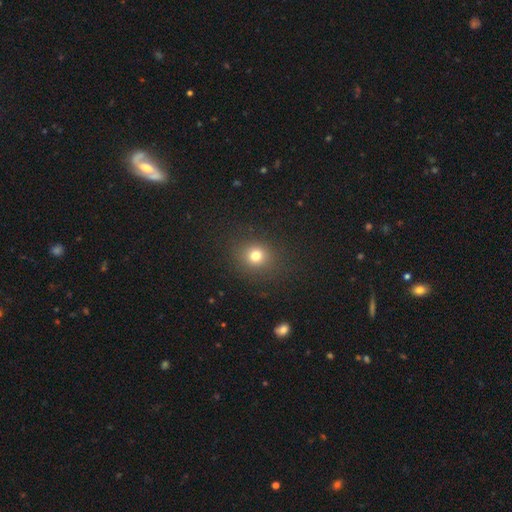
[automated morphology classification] Q: Smooth or featured?
A: smooth (76%); runner-up: star or artifact (16%)
Q: How rounded?
A: round (80%); runner-up: in between (19%)
Q: Merging?
A: none (86%); runner-up: minor disturbance (8%)